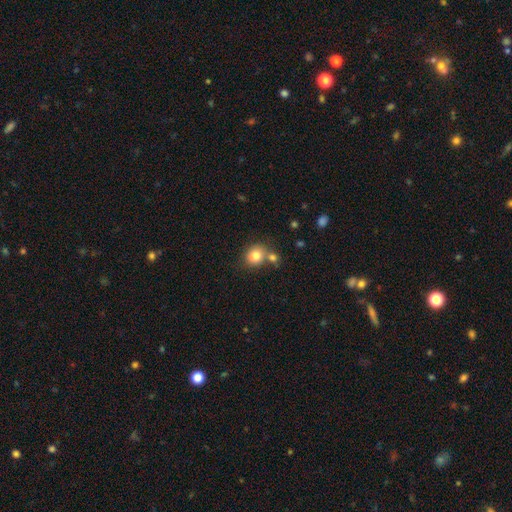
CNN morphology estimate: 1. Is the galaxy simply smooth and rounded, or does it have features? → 82% smooth, 10% star or artifact, 8% featured or disk.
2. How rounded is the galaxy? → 68% round, 31% in between, 1% cigar-shaped.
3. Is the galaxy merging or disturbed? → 58% none, 26% merger, 12% minor disturbance, 4% major disturbance.